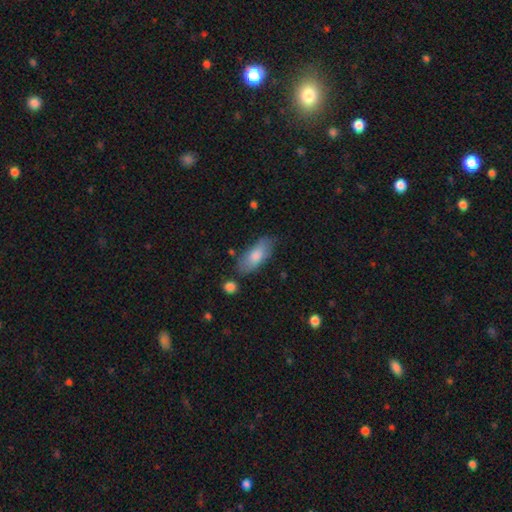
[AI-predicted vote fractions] Smooth or featured? Predicted: smooth (p=0.76). How rounded? Predicted: in between (p=0.81). Merging? Predicted: none (p=0.75).